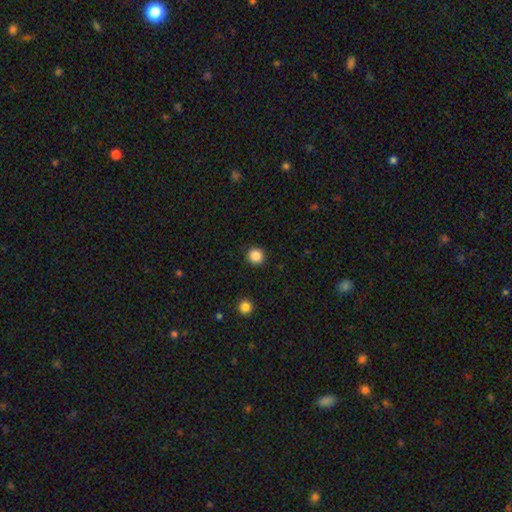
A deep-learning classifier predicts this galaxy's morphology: The model was most divided on "smooth or featured": smooth: 86%, star or artifact: 10%, featured or disk: 3%. More confident: how rounded — round (94%); merging — none (93%).